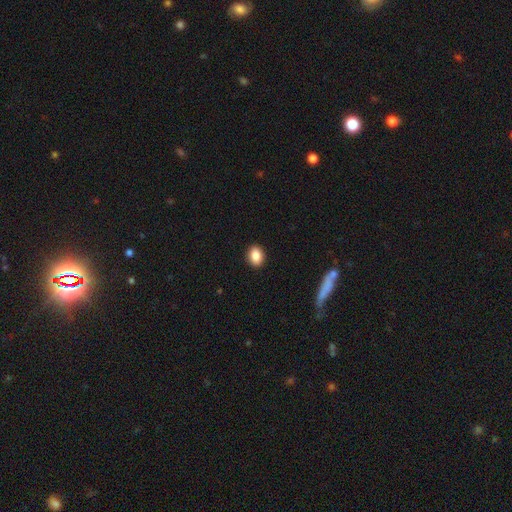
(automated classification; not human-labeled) A smooth galaxy with no disk features (86%) that is in between round and cigar-shaped (62%). Merging: none (91%).